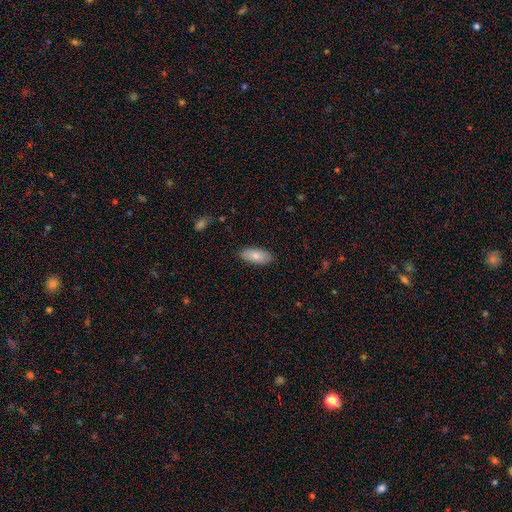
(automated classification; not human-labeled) Smooth or featured?
  - smooth: 81% *
  - featured or disk: 13%
  - star or artifact: 6%
How rounded?
  - in between: 88% *
  - cigar-shaped: 10%
  - round: 2%
Merging?
  - none: 86% *
  - minor disturbance: 11%
  - major disturbance: 2%
  - merger: 1%